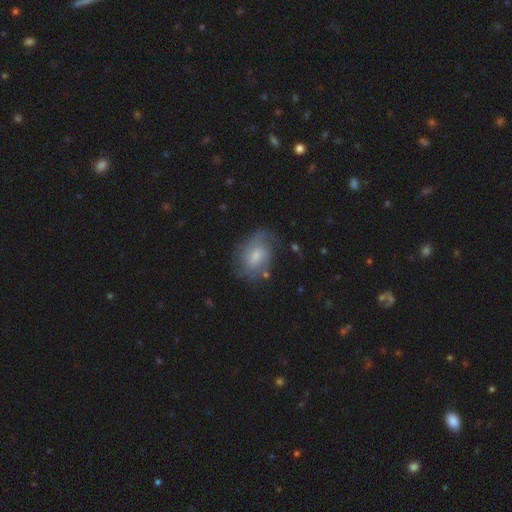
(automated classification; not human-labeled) The model was most divided on "bar": weak: 48%, no: 46%, strong: 7%. Remaining: edge-on disk — no (96%); spiral arms — yes (80%); merging — none (60%); smooth or featured — featured or disk (55%); bulge size — moderate (43%).